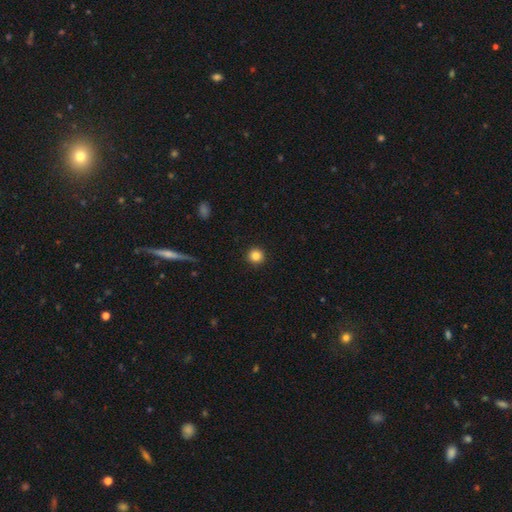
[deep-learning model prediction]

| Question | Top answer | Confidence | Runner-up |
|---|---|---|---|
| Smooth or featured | smooth | 85% | star or artifact (11%) |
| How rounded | round | 96% | in between (3%) |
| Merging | none | 93% | minor disturbance (4%) |